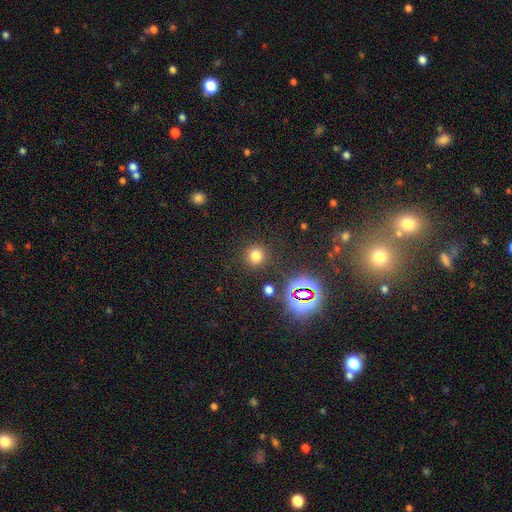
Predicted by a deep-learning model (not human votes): smooth 72%, star or artifact 22%, featured or disk 7%. Down the decision tree: how rounded — round (91%); merging — none (88%).